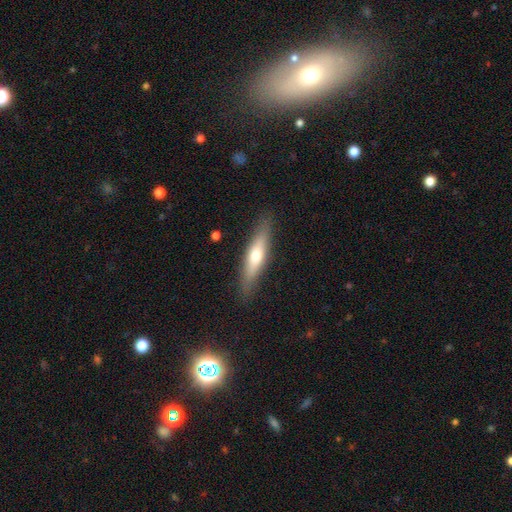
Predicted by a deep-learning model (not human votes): Smooth or featured? Predicted: smooth (p=0.52). How rounded? Predicted: cigar-shaped (p=0.79). Merging? Predicted: none (p=0.87).